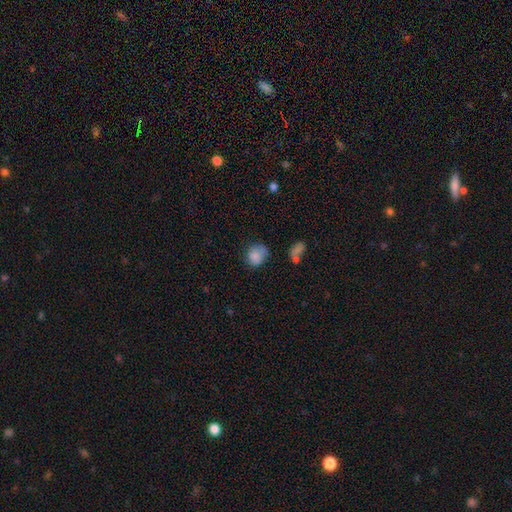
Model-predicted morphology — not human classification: smooth 84%, star or artifact 9%, featured or disk 7%. Down the decision tree: how rounded — round (68%); merging — none (55%).